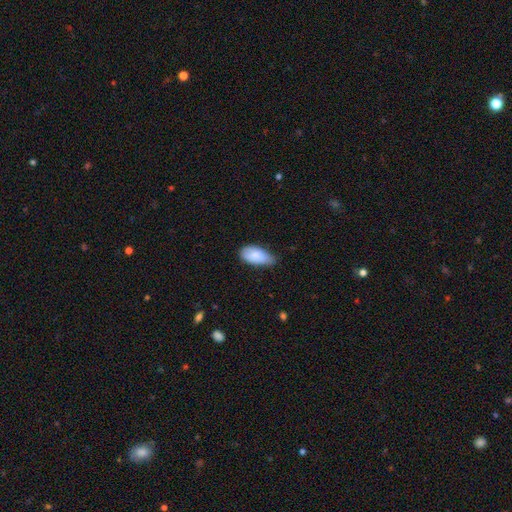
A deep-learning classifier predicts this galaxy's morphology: type=smooth (86%); roundness=in between (93%); merging=none (49%).